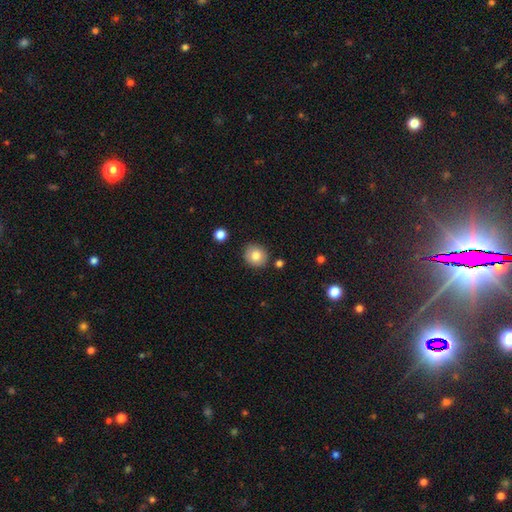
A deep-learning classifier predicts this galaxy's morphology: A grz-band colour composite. It shows a smooth galaxy with no disk features (82%) that is round (86%). Merging: none (87%).